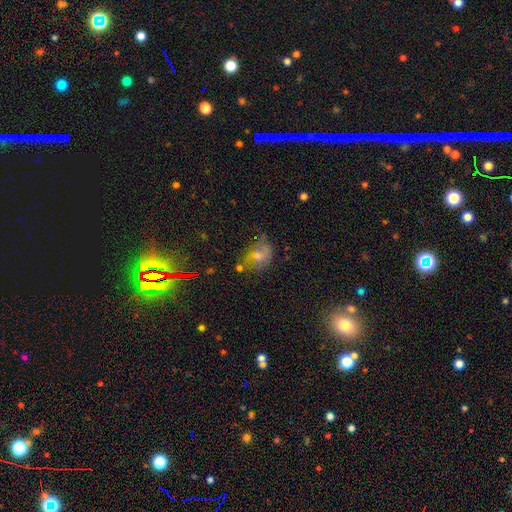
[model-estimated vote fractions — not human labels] Smooth or featured? Predicted: featured or disk (p=0.35). Merging? Predicted: none (p=0.51).